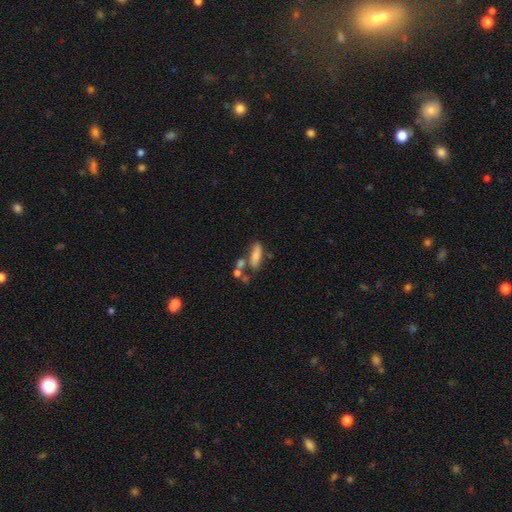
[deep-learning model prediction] This appears to be a smooth galaxy with no disk features (74%) that is in between round and cigar-shaped (61%). Merging: none (48%).